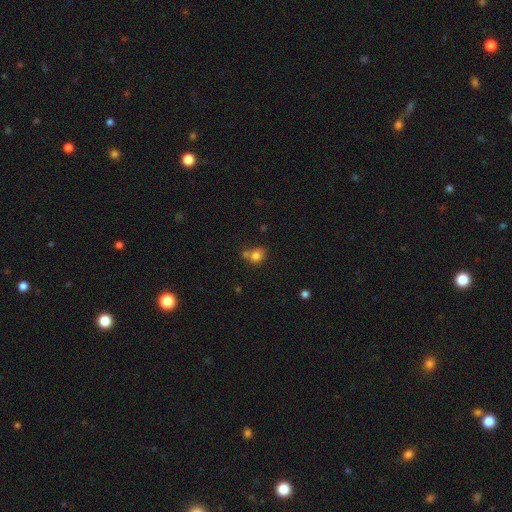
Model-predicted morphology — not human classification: smooth 80%, star or artifact 11%, featured or disk 9%. Down the decision tree: how rounded — round (61%); merging — none (51%).